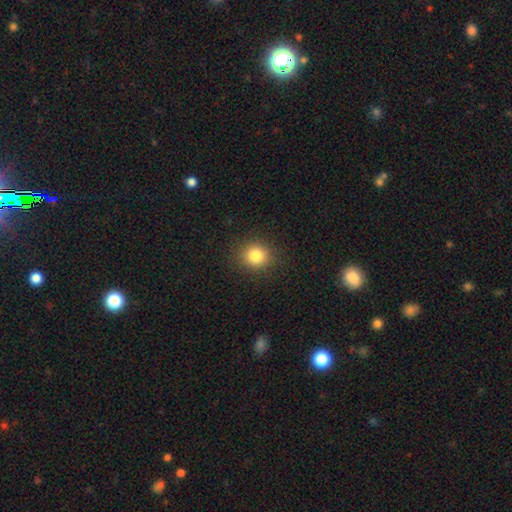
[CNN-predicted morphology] Smooth or featured? smooth (82%)
How rounded? round (86%)
Merging? none (90%)